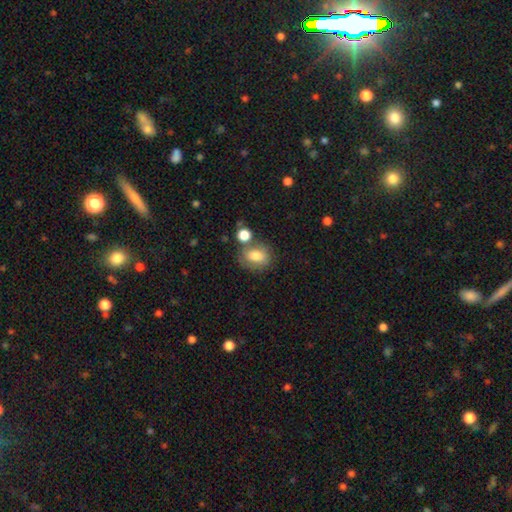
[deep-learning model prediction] Smooth or featured?
  - smooth: 75% *
  - featured or disk: 16%
  - star or artifact: 10%
How rounded?
  - in between: 55% *
  - round: 44%
  - cigar-shaped: 1%
Merging?
  - none: 57% *
  - merger: 19%
  - minor disturbance: 17%
  - major disturbance: 7%